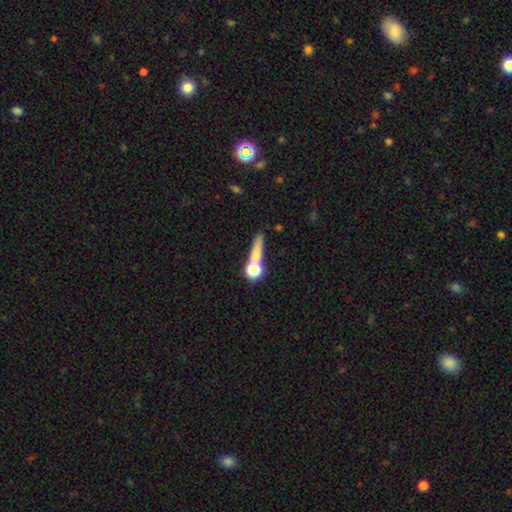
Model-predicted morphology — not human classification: This appears to be a smooth galaxy with no disk features (62%) that is cigar-shaped (57%). Merging: none (55%).